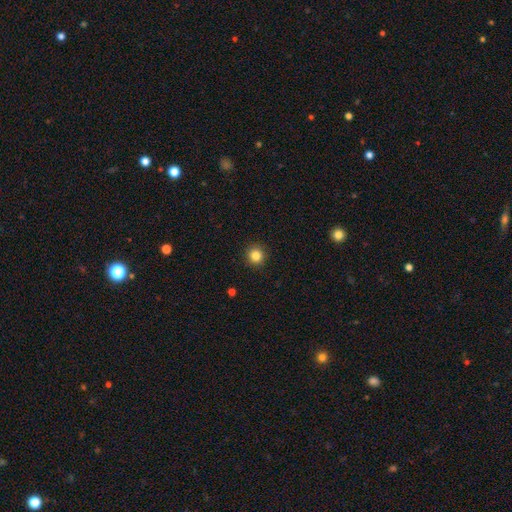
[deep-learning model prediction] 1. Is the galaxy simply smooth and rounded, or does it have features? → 84% smooth, 11% star or artifact, 4% featured or disk.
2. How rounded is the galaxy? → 93% round, 6% in between, 1% cigar-shaped.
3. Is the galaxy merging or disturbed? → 92% none, 6% minor disturbance, 2% major disturbance, 1% merger.